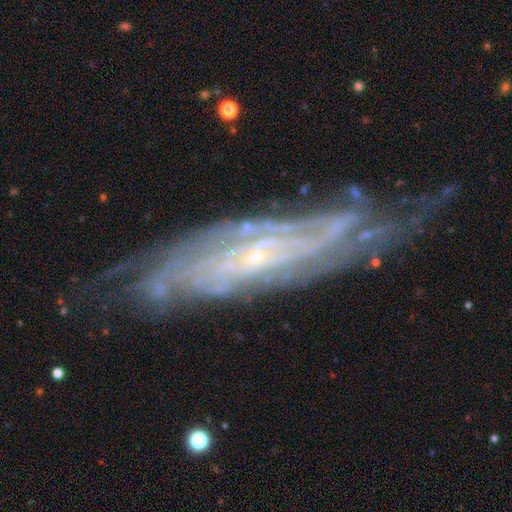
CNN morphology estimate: Smooth or featured?
  - featured or disk: 88% *
  - star or artifact: 6%
  - smooth: 6%
Edge-on disk?
  - no: 83% *
  - yes: 17%
Bar?
  - no: 61% *
  - weak: 28%
  - strong: 11%
Spiral arms?
  - yes: 97% *
  - no: 3%
Spiral winding?
  - tight: 69% *
  - medium: 25%
  - loose: 5%
Spiral arm count?
  - can't tell: 36% *
  - 2: 18%
  - 4: 15%
  - 3: 13%
  - more than 4: 11%
  - 1: 7%
Bulge size?
  - small: 84% *
  - moderate: 10%
  - none: 3%
  - large: 1%
  - dominant: 1%
Merging?
  - none: 69% *
  - minor disturbance: 21%
  - major disturbance: 8%
  - merger: 2%